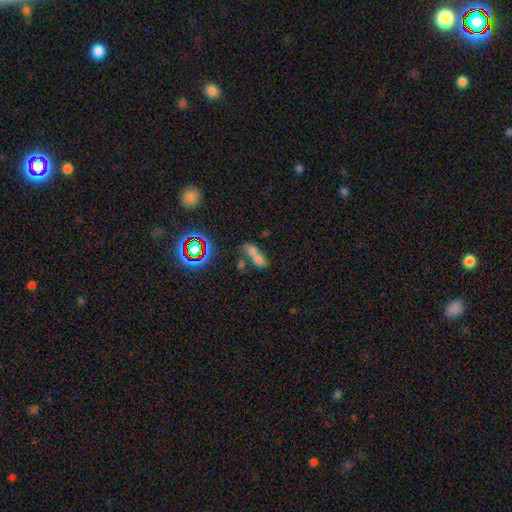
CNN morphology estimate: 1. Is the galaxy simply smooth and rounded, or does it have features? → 58% smooth, 22% star or artifact, 20% featured or disk.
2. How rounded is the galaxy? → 66% in between, 24% cigar-shaped, 10% round.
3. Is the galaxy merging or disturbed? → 49% merger, 28% none, 13% minor disturbance, 11% major disturbance.